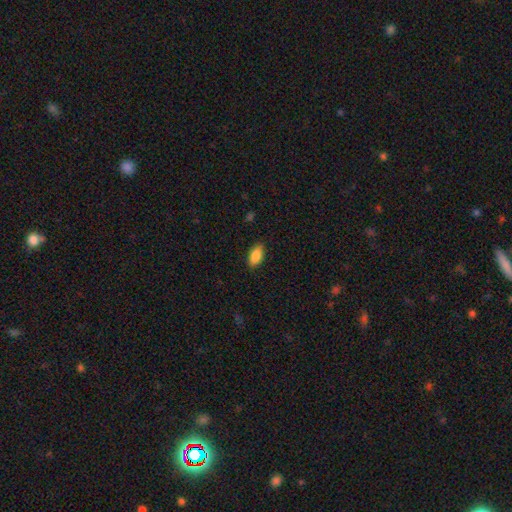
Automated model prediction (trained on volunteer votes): A smooth galaxy with no disk features (87%) that is in between round and cigar-shaped (91%).

Vote fractions:
- Smooth or featured? smooth: 87% / star or artifact: 7% / featured or disk: 6%
- How rounded? in between: 91% / cigar-shaped: 5% / round: 4%
- Merging? none: 85% / minor disturbance: 12% / major disturbance: 2% / merger: 1%